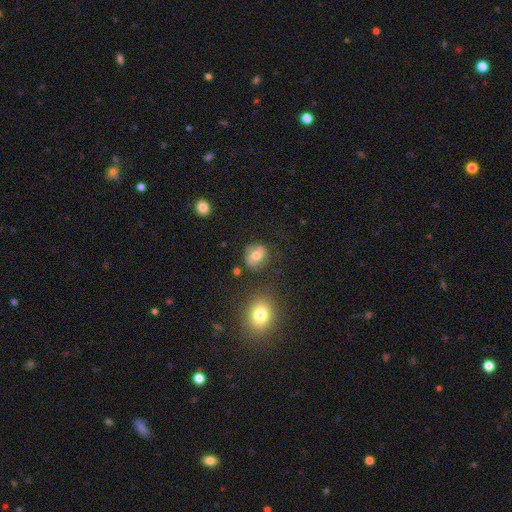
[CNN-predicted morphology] A smooth galaxy with no disk features (57%) that is round (68%). Merging: none (73%).